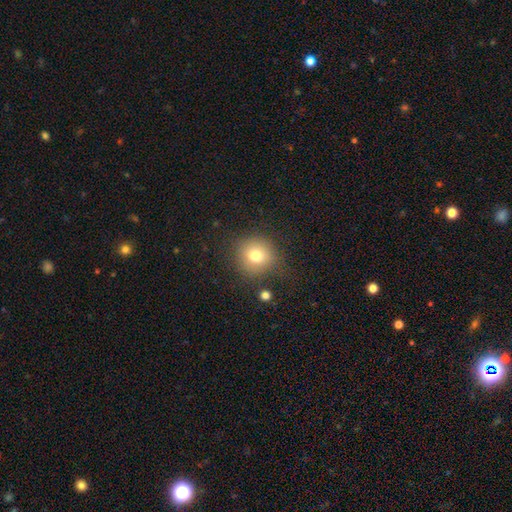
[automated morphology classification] Smooth or featured? Predicted: smooth (p=0.76). How rounded? Predicted: round (p=0.89). Merging? Predicted: none (p=0.79).